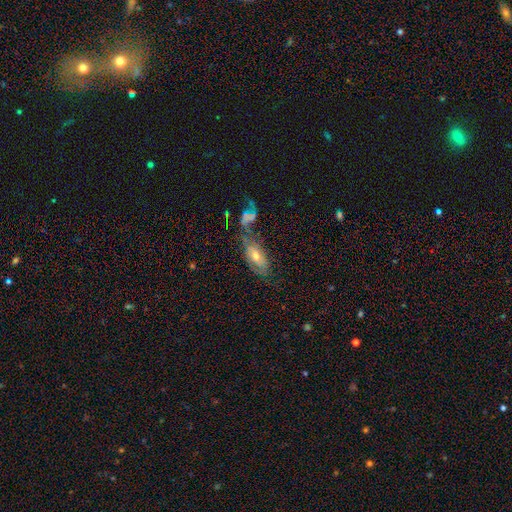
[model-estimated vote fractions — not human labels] smooth-or-featured: featured or disk: 47% | smooth: 43% | star or artifact: 10%
  merging: none: 38% | merger: 29% | minor disturbance: 19% | major disturbance: 15%